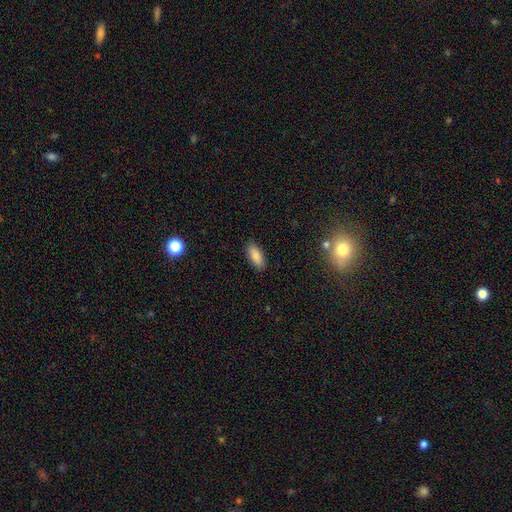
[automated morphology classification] Overall: smooth (85%). How rounded: in between (85%). Merging: none (89%).